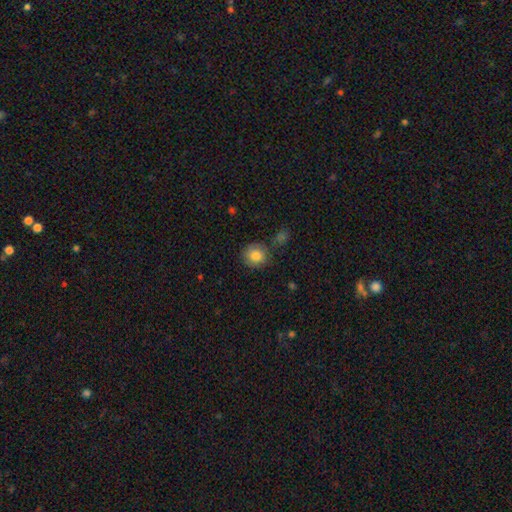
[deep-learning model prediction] Morphology: type=smooth (84%); roundness=round (86%); merging=none (78%).